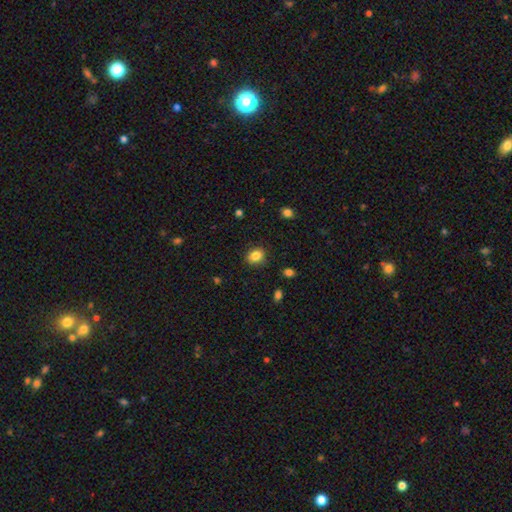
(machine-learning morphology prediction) Overall: smooth (84%). How rounded: round (59%; in between 40%). Merging: none (85%).